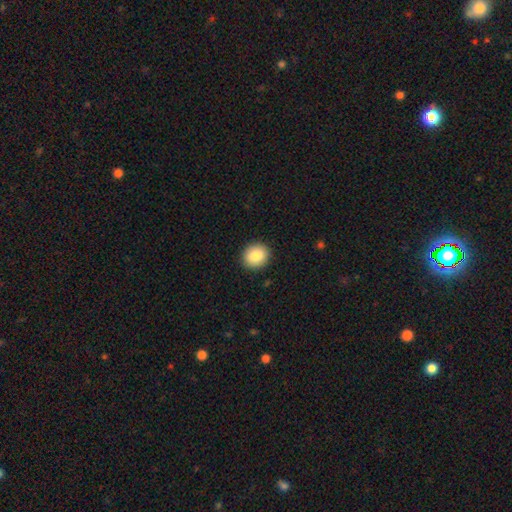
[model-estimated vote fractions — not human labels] Smooth or featured? smooth (86%)
How rounded? round (76%)
Merging? none (91%)